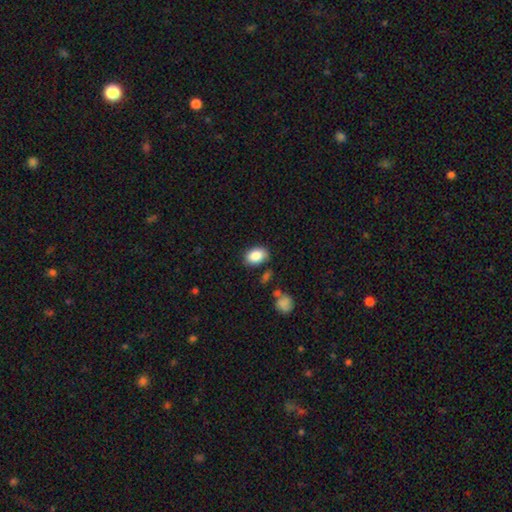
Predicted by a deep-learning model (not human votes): Smooth or featured? smooth (86%)
How rounded? in between (83%)
Merging? none (79%)